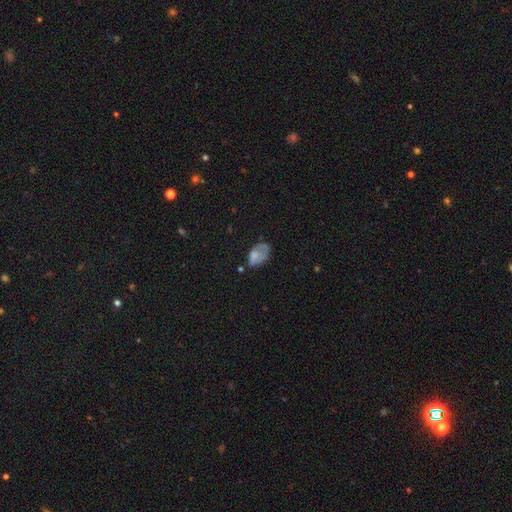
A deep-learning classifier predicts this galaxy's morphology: Smooth or featured? smooth (62%)
How rounded? in between (89%)
Merging? none (38%)